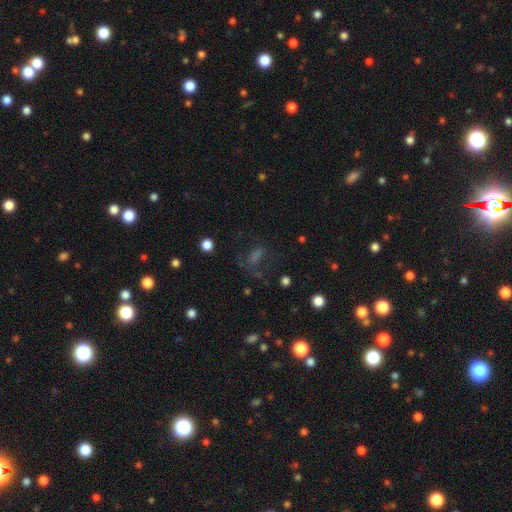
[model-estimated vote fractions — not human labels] Overall: smooth (37%; star or artifact 36%). Merging: none (50%; major disturbance 28%).